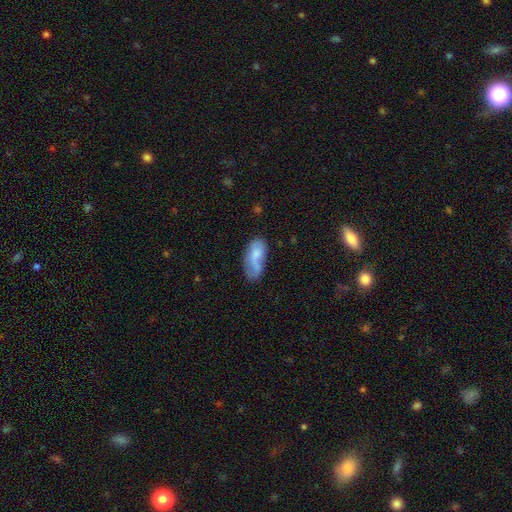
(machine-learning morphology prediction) Smooth or featured? Predicted: smooth (p=0.59). How rounded? Predicted: in between (p=0.89). Merging? Predicted: none (p=0.41).